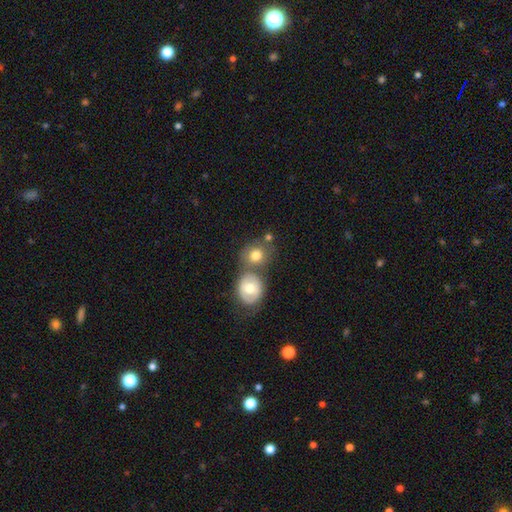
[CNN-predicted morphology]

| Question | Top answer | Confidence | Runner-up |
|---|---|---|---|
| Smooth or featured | smooth | 71% | featured or disk (20%) |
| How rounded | round | 72% | in between (27%) |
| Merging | none | 48% | merger (37%) |